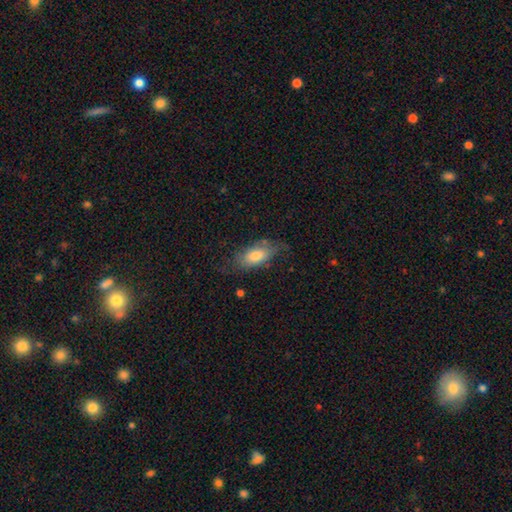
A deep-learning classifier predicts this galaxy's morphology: Smooth or featured? Predicted: smooth (p=0.71). How rounded? Predicted: in between (p=0.88). Merging? Predicted: none (p=0.59).